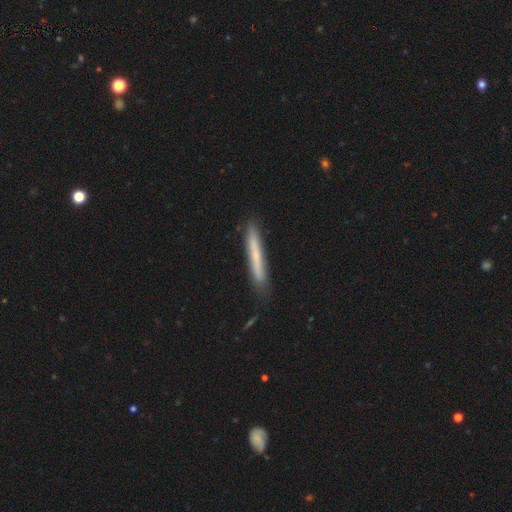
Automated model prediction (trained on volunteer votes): Smooth or featured? smooth (62%)
How rounded? cigar-shaped (96%)
Merging? none (84%)